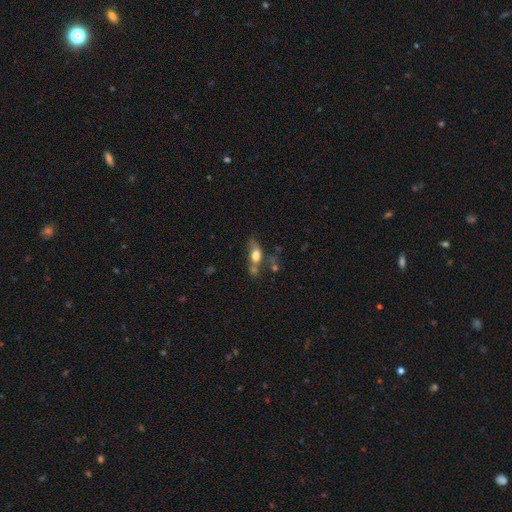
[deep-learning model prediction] smooth 66%, featured or disk 23%, star or artifact 11%. Down the decision tree: how rounded — in between (75%); merging — none (36%).